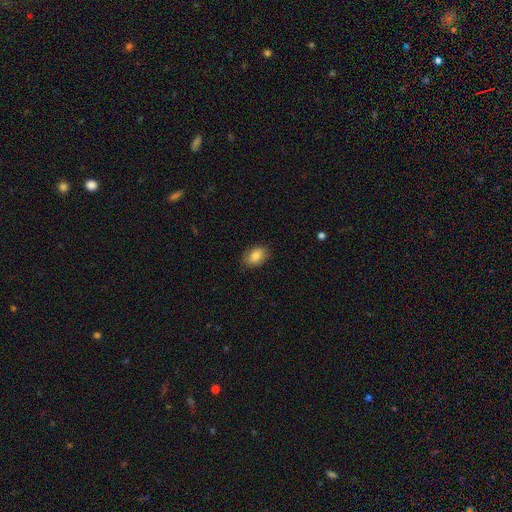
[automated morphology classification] Smooth or featured? Predicted: smooth (p=0.83). How rounded? Predicted: in between (p=0.84). Merging? Predicted: none (p=0.84).